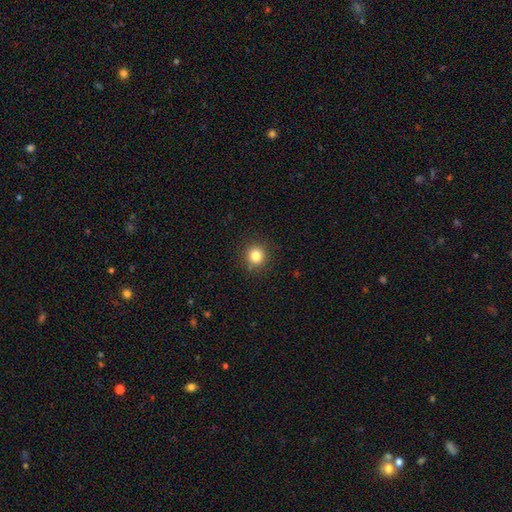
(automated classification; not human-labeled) smooth-or-featured: smooth: 83% | star or artifact: 12% | featured or disk: 5%
  how-rounded: round: 92% | in between: 7% | cigar-shaped: 1%
  merging: none: 90% | minor disturbance: 6% | major disturbance: 2% | merger: 1%